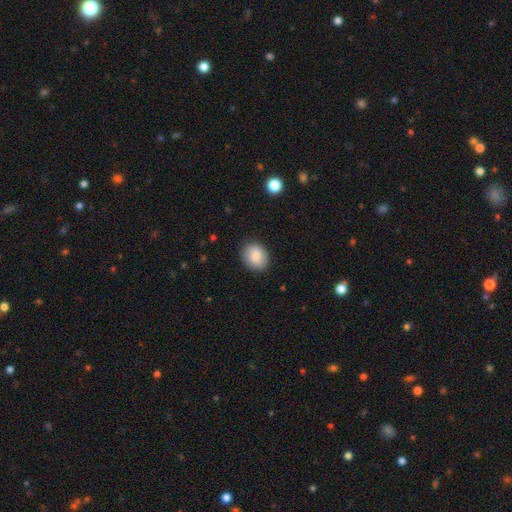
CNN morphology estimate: Smooth or featured? smooth (85%)
How rounded? round (55%)
Merging? none (88%)